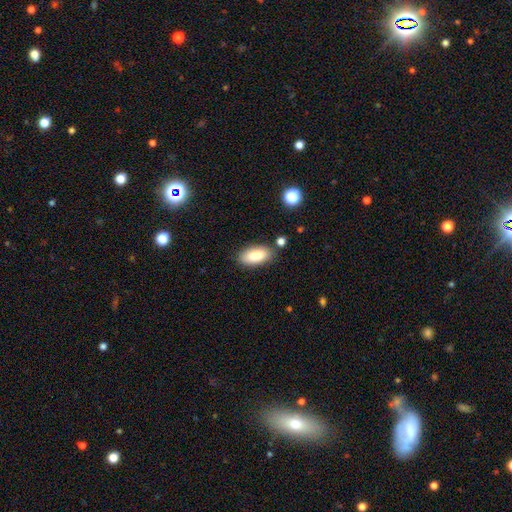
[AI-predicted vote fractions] smooth_or_featured: smooth (p=0.86) [alt: star or artifact p=0.07]
how_rounded: in between (p=0.91) [alt: cigar-shaped p=0.07]
merging: none (p=0.83) [alt: minor disturbance p=0.11]